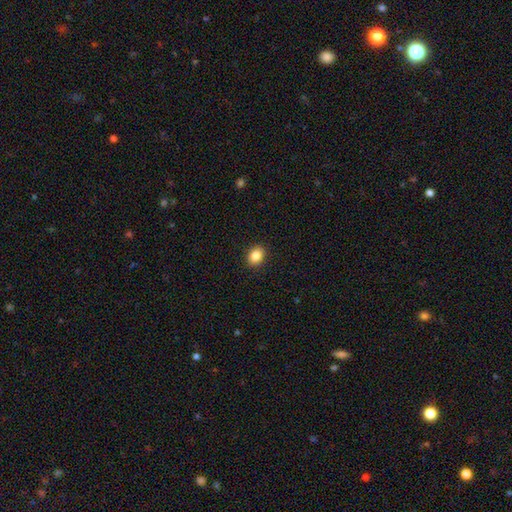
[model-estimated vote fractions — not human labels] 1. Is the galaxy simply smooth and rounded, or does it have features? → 86% smooth, 9% star or artifact, 5% featured or disk.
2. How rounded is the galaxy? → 51% in between, 48% round, 1% cigar-shaped.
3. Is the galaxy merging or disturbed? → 91% none, 6% minor disturbance, 2% major disturbance, 1% merger.